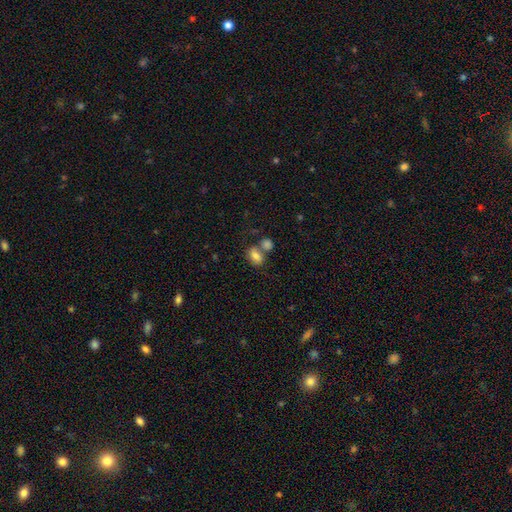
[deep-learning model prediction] Smooth or featured?
  - smooth: 76% *
  - featured or disk: 14%
  - star or artifact: 10%
How rounded?
  - in between: 77% *
  - round: 21%
  - cigar-shaped: 2%
Merging?
  - merger: 43% *
  - none: 39%
  - minor disturbance: 12%
  - major disturbance: 6%